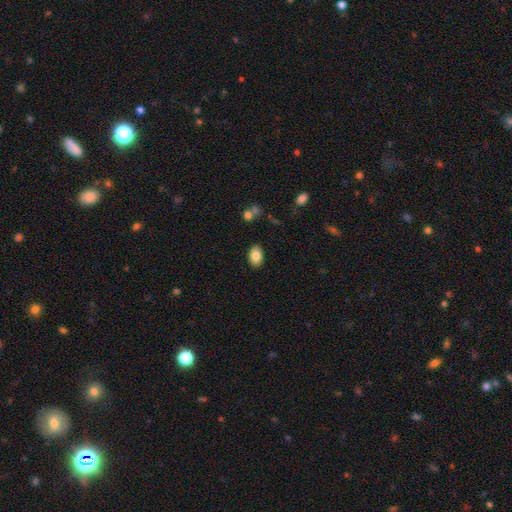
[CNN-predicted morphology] A smooth galaxy with no disk features (83%) that is in between round and cigar-shaped (87%). Merging: none (87%).